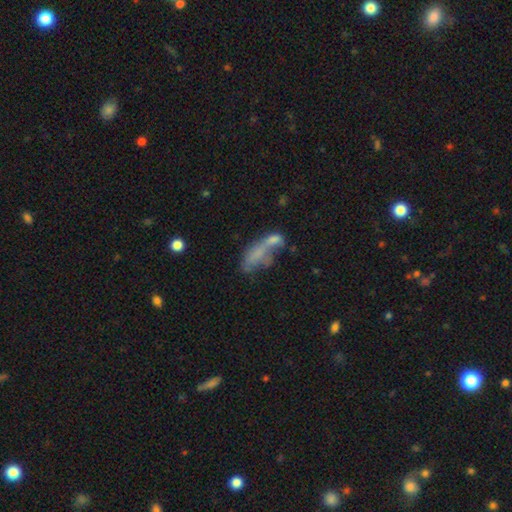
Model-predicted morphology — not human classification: A smooth galaxy with no disk features (57%) that is in between round and cigar-shaped (75%). Merging: merger (49%).